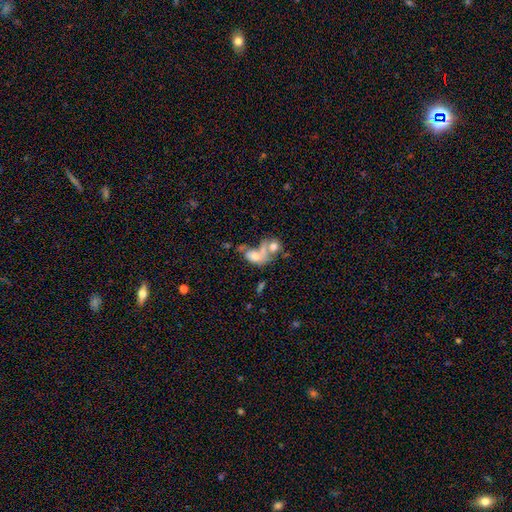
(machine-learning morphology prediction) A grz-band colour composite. It shows a smooth galaxy with no disk features (60%) that is in between round and cigar-shaped (78%). Merging: merger (59%).